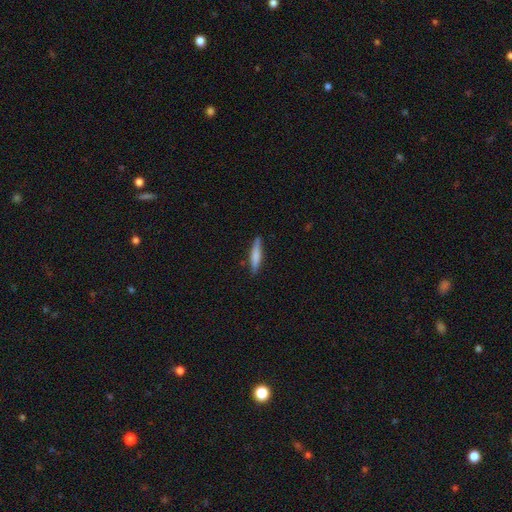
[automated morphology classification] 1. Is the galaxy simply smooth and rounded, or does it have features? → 68% smooth, 26% featured or disk, 6% star or artifact.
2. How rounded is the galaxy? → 88% cigar-shaped, 11% in between, 1% round.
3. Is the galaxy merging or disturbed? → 85% none, 12% minor disturbance, 2% major disturbance, 2% merger.